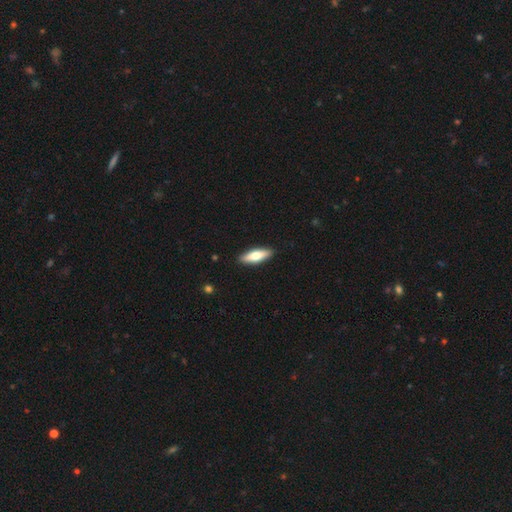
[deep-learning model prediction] Morphology: type=smooth (64%); roundness=in between (52%); merging=none (90%).